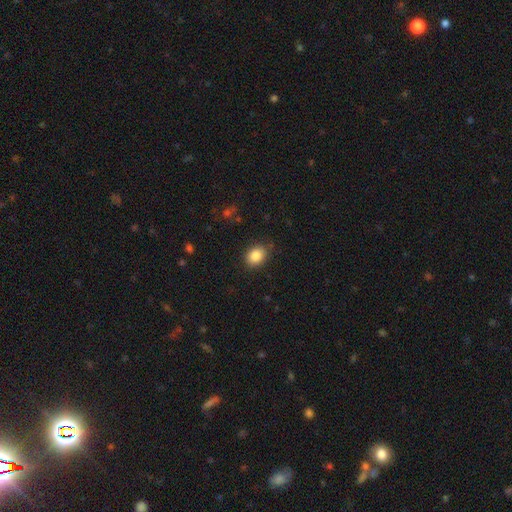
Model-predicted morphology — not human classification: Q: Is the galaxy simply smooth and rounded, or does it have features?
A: smooth — 86%.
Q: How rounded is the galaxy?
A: in between — 63%.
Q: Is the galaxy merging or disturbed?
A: none — 85%.